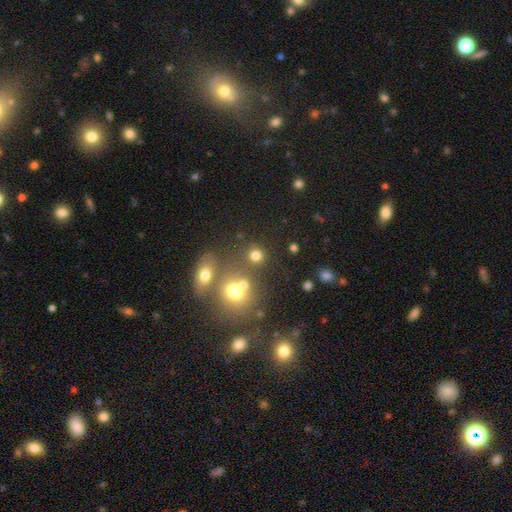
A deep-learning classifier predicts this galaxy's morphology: smooth_or_featured: smooth (p=0.75) [alt: star or artifact p=0.17]
how_rounded: round (p=0.85) [alt: in between p=0.14]
merging: none (p=0.68) [alt: merger p=0.18]